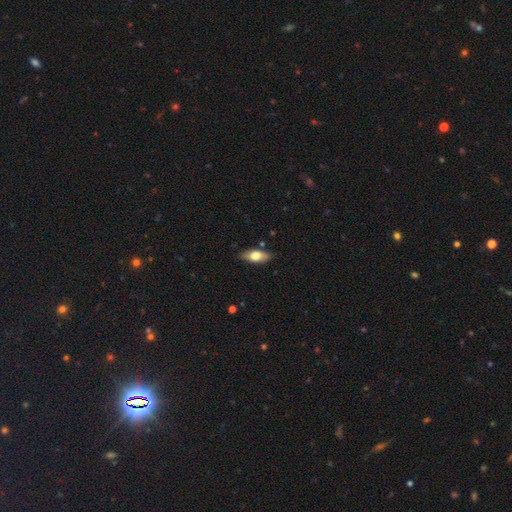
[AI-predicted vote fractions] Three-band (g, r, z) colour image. It shows a smooth galaxy with no disk features (69%) that is in between round and cigar-shaped (81%). Merging: none (84%).